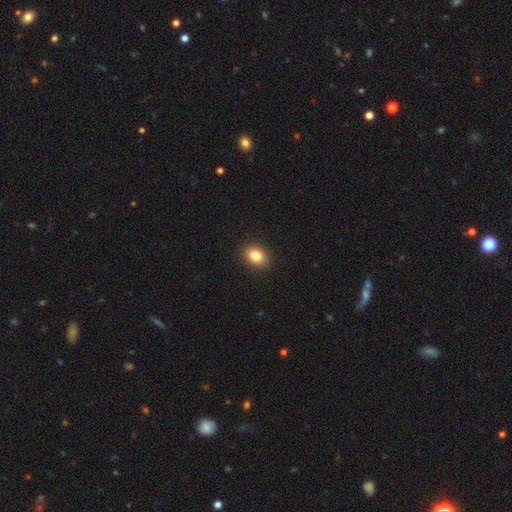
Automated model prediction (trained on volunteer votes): Smooth or featured? smooth (83%)
How rounded? in between (62%)
Merging? none (91%)